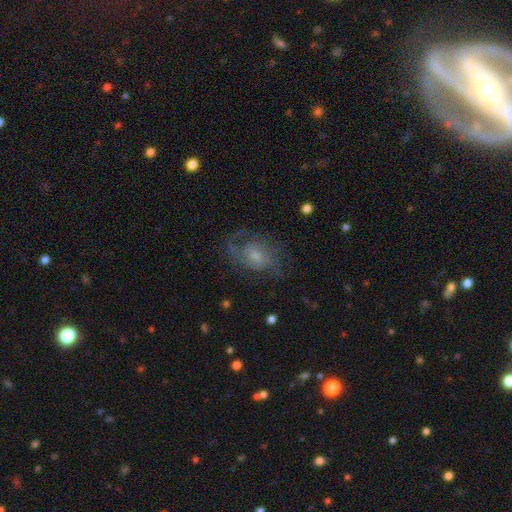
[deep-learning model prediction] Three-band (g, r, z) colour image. It shows a featured or disk galaxy (66%) with no bar (62%), 2 (40%) medium (46%) spiral arms (84%) and a small central bulge (44%). Merging: none (56%).